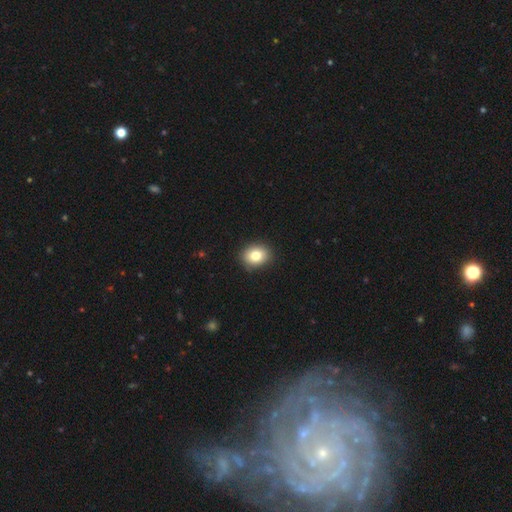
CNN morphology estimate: Smooth or featured? Predicted: smooth (p=0.81). How rounded? Predicted: round (p=0.53). Merging? Predicted: none (p=0.89).